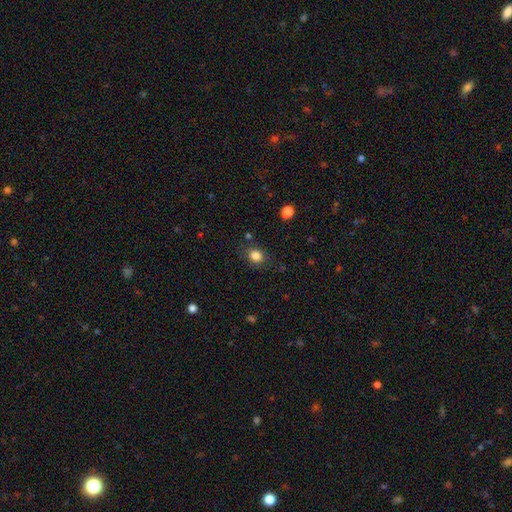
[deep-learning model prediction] Smooth or featured: smooth — 83% (star or artifact — 11%)
How rounded: round — 53% (in between — 46%)
Merging: none — 80% (minor disturbance — 14%)